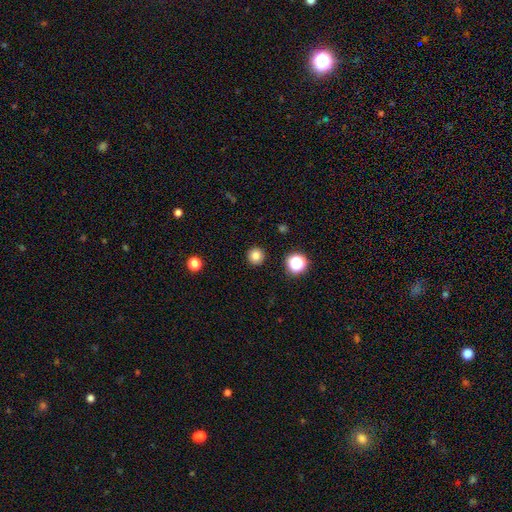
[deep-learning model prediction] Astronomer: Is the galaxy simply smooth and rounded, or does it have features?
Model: smooth — 82%.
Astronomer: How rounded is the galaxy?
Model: round — 96%.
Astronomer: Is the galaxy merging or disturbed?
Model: none — 92%.